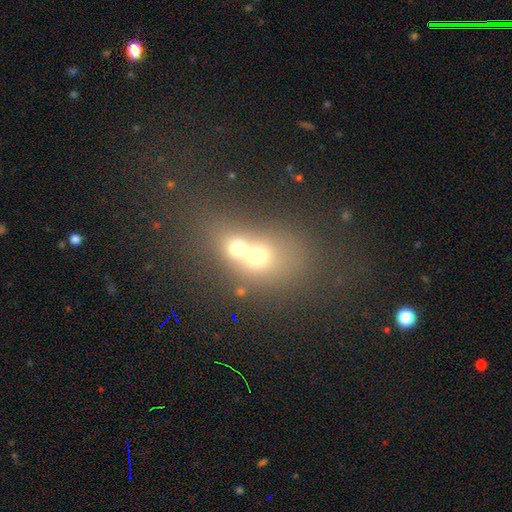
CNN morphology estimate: smooth-or-featured: smooth: 55% | featured or disk: 27% | star or artifact: 18%
  how-rounded: round: 56% | in between: 42% | cigar-shaped: 2%
  merging: merger: 73% | none: 17% | minor disturbance: 5% | major disturbance: 5%